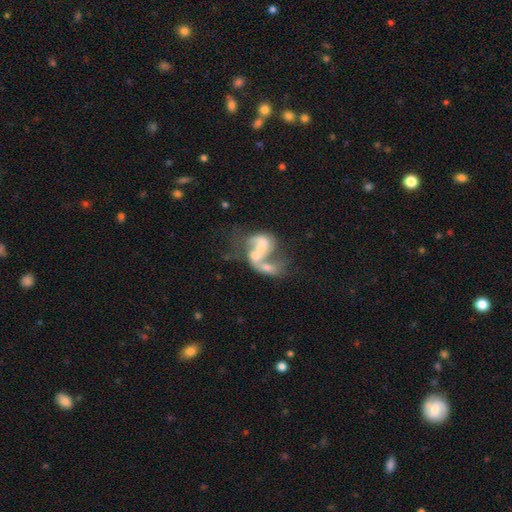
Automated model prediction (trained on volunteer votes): smooth-or-featured: featured or disk: 64% | smooth: 27% | star or artifact: 9%
  disk-edge-on: no: 97% | yes: 3%
    bar: no: 65% | weak: 24% | strong: 11%
    has-spiral-arms: yes: 53% | no: 47%
    bulge-size: moderate: 31% | none: 30% | small: 25% | large: 11% | dominant: 3%
  merging: merger: 68% | major disturbance: 17% | none: 10% | minor disturbance: 6%